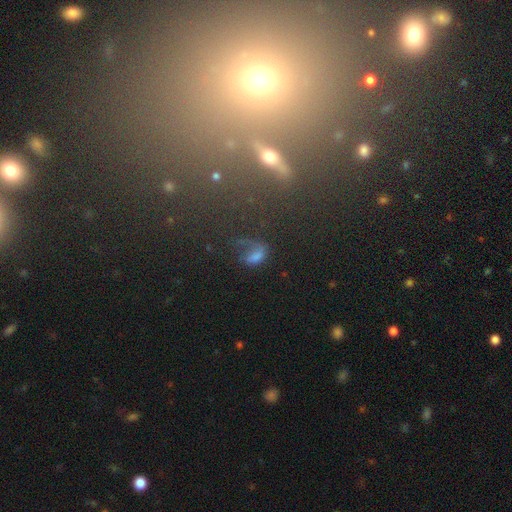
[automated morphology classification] A smooth galaxy with no disk features (48%).

Vote fractions:
- Smooth or featured? smooth: 48% / featured or disk: 28% / star or artifact: 24%
- Merging? major disturbance: 39% / none: 31% / minor disturbance: 23% / merger: 7%